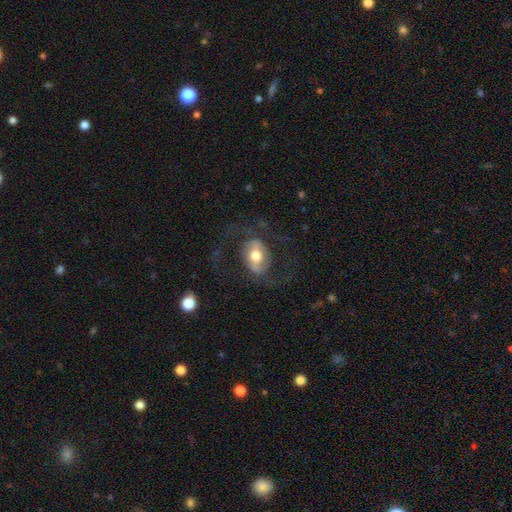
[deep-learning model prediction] featured or disk 64%, smooth 29%, star or artifact 7%. Down the decision tree: edge-on disk — no (94%); bar — weak (37%); spiral arms — yes (73%); bulge size — moderate (67%); merging — none (66%).